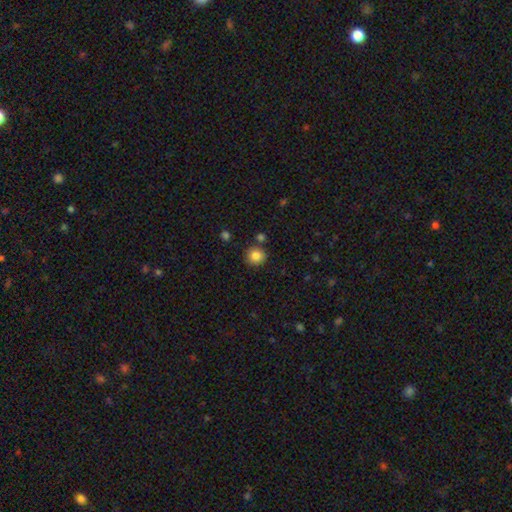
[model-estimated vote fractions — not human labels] Overall: smooth (84%). How rounded: round (89%). Merging: none (84%).